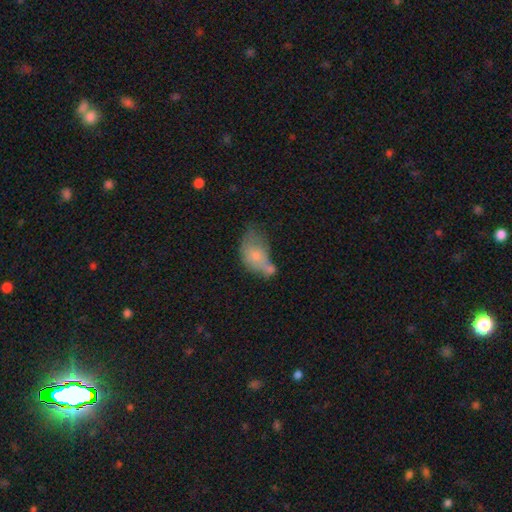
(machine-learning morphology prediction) The model was most divided on "merging": merger: 37%, minor disturbance: 23%, none: 20%, major disturbance: 19%. More confident: how rounded — in between (85%); smooth or featured — smooth (66%).